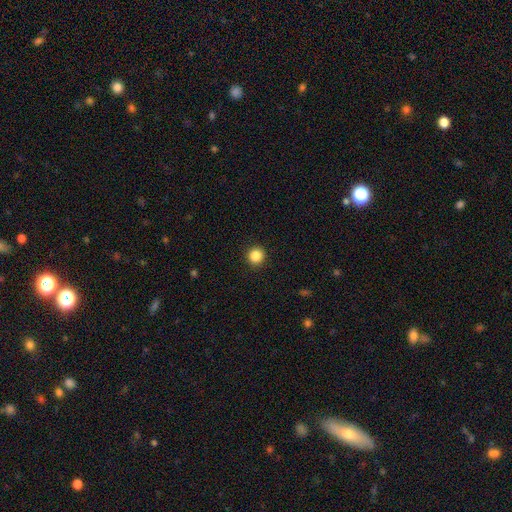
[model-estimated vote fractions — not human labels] smooth_or_featured: smooth (p=0.86) [alt: star or artifact p=0.11]
how_rounded: round (p=0.94) [alt: in between p=0.05]
merging: none (p=0.93) [alt: minor disturbance p=0.05]